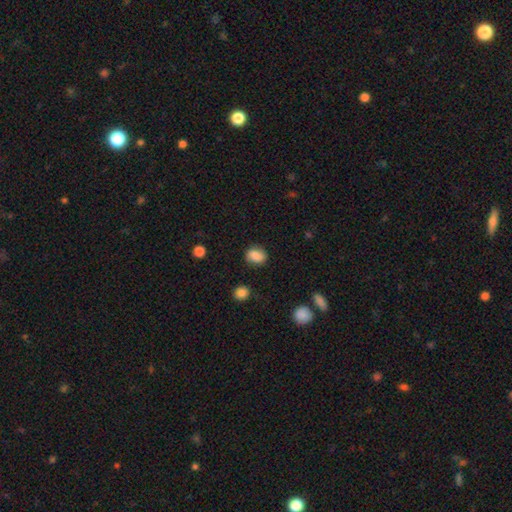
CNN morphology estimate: smooth_or_featured: smooth (p=0.82) [alt: featured or disk p=0.09]
how_rounded: in between (p=0.60) [alt: round p=0.39]
merging: none (p=0.80) [alt: minor disturbance p=0.14]